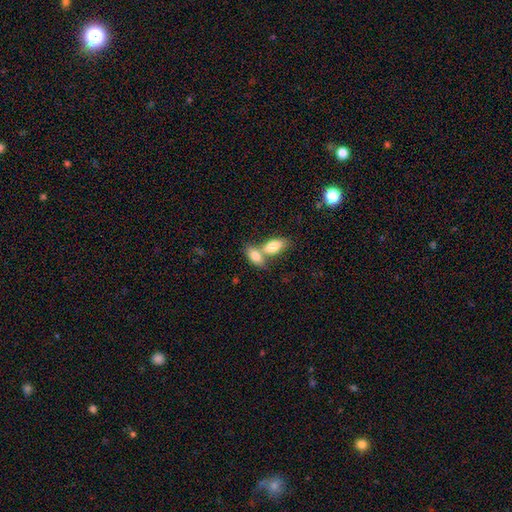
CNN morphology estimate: A smooth galaxy with no disk features (80%) that is in between round and cigar-shaped (87%). Merging: merger (63%).